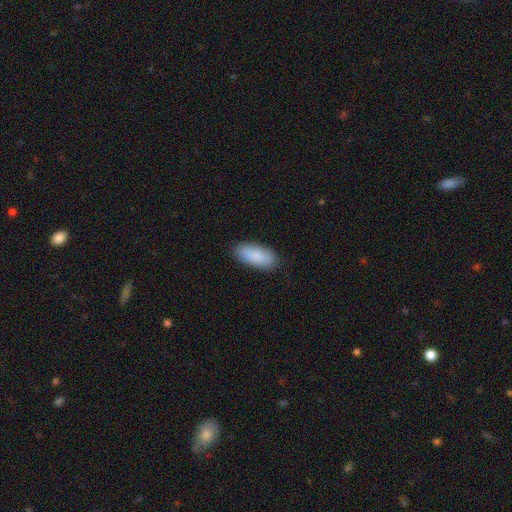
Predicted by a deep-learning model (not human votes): smooth 87%, featured or disk 7%, star or artifact 6%. Down the decision tree: how rounded — in between (86%); merging — none (87%).